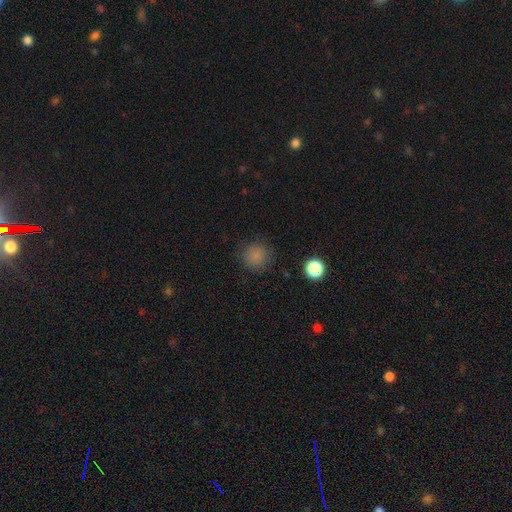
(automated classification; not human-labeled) Q: Smooth or featured?
A: smooth (82%); runner-up: star or artifact (14%)
Q: How rounded?
A: round (93%); runner-up: in between (6%)
Q: Merging?
A: none (87%); runner-up: minor disturbance (9%)